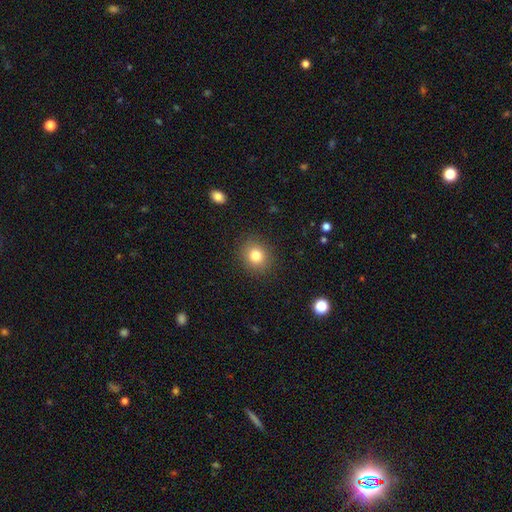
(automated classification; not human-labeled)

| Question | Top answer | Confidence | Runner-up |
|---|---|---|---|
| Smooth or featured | smooth | 81% | star or artifact (11%) |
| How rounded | round | 78% | in between (22%) |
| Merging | none | 89% | minor disturbance (7%) |